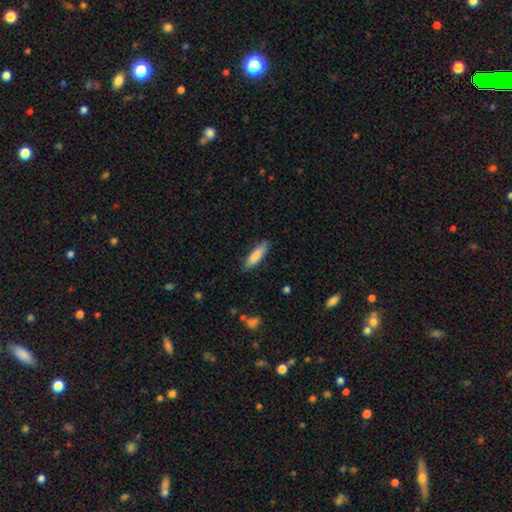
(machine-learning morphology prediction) A smooth galaxy with no disk features (83%) that is cigar-shaped (64%). Merging: none (85%).